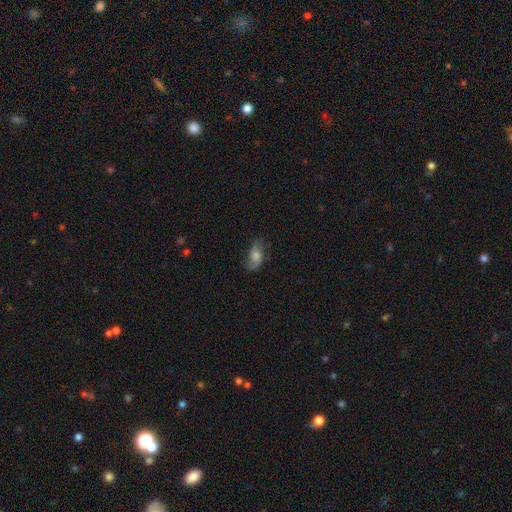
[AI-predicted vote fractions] This is possibly a featured or disk galaxy (53%). It is clearly not viewed edge-on (92%). Merging: likely none (67%).